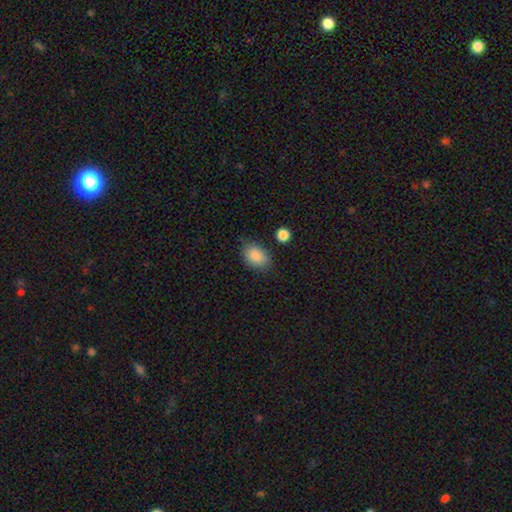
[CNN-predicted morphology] A smooth galaxy with no disk features (87%) that is in between round and cigar-shaped (83%). Merging: none (76%).